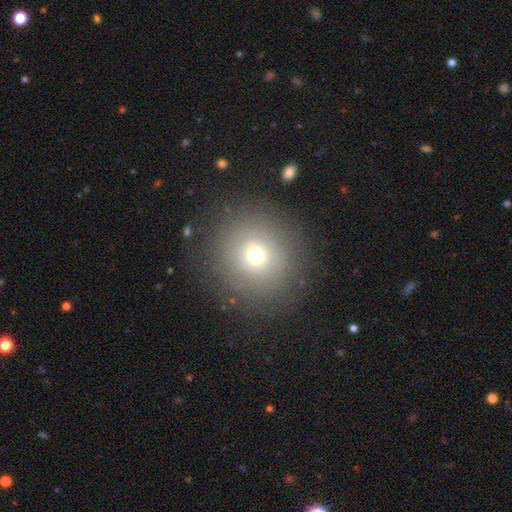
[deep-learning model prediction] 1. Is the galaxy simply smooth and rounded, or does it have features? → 63% smooth, 20% featured or disk, 17% star or artifact.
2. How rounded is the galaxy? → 93% round, 6% in between, 1% cigar-shaped.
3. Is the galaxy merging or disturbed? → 83% none, 9% minor disturbance, 6% major disturbance, 2% merger.